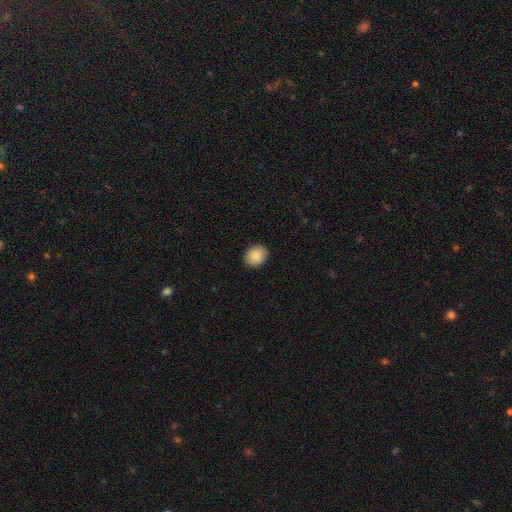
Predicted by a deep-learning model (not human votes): This is clearly a smooth galaxy (88%). How rounded: possibly round (50%). Merging: clearly none (91%).